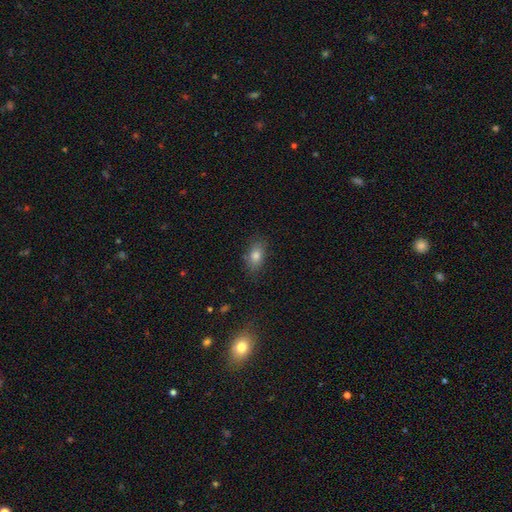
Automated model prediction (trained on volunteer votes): Smooth or featured? Predicted: smooth (p=0.78). How rounded? Predicted: in between (p=0.81). Merging? Predicted: none (p=0.81).